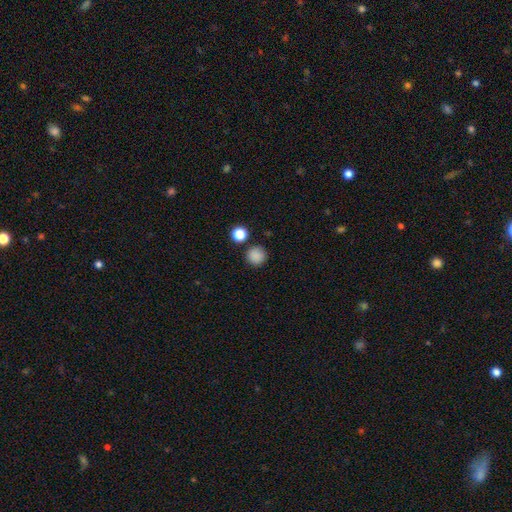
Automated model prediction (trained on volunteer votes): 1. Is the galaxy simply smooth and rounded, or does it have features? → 86% smooth, 11% star or artifact, 3% featured or disk.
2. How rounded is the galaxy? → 94% round, 5% in between, 1% cigar-shaped.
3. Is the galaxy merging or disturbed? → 86% none, 7% minor disturbance, 4% merger, 2% major disturbance.